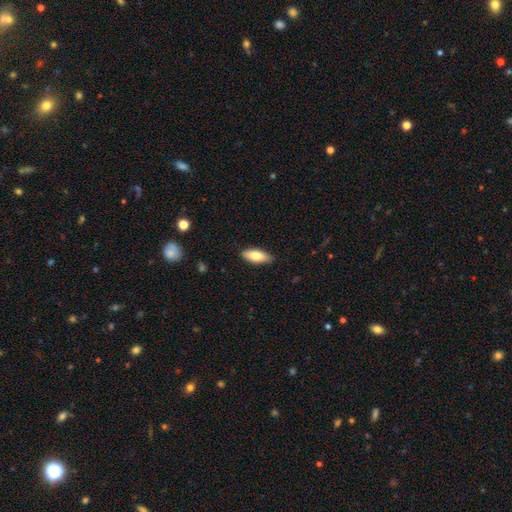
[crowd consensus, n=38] smooth 79%, featured or disk 16%, star or artifact 5%. Down the decision tree: how rounded — in between (83%); merging — none (89%).